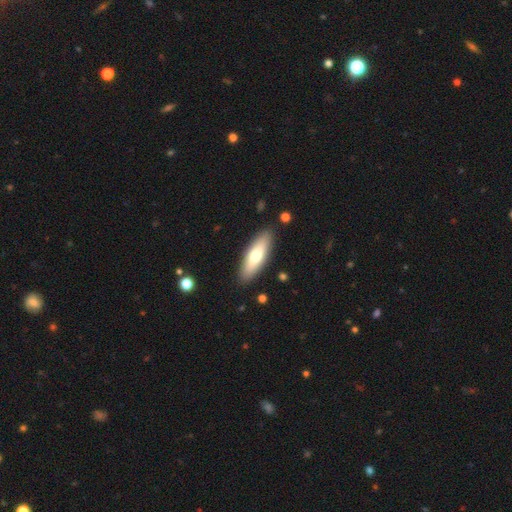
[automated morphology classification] This appears to be a smooth galaxy with no disk features (67%) that is in between round and cigar-shaped (52%). Merging: none (88%).